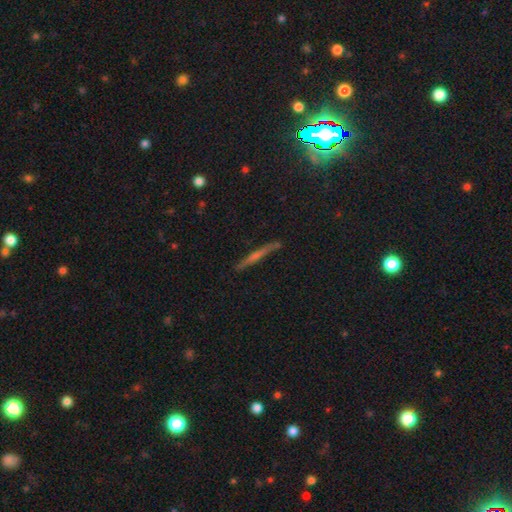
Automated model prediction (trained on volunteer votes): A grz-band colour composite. It shows a featured or disk galaxy (56%) viewed edge-on (96%) with no central bulge (47%). Merging: none (86%).